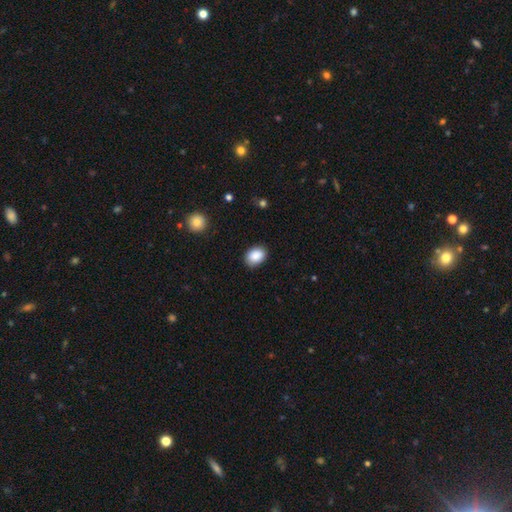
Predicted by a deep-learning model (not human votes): smooth_or_featured: smooth (p=0.88) [alt: star or artifact p=0.08]
how_rounded: in between (p=0.69) [alt: round p=0.30]
merging: none (p=0.84) [alt: minor disturbance p=0.12]